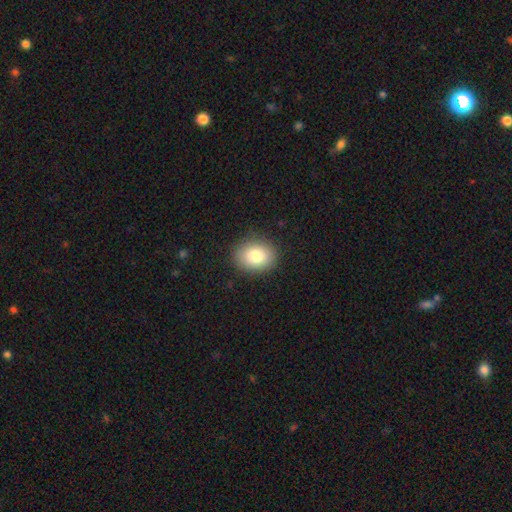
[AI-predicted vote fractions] smooth 82%, featured or disk 9%, star or artifact 9%. Down the decision tree: how rounded — in between (53%); merging — none (88%).